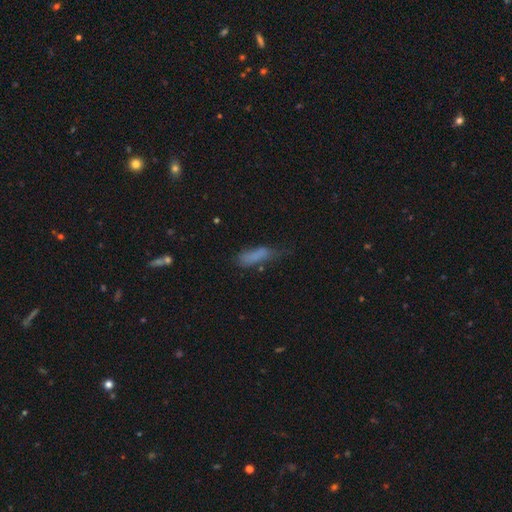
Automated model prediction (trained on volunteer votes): smooth 73%, featured or disk 14%, star or artifact 12%. Down the decision tree: how rounded — cigar-shaped (51%); merging — none (40%).